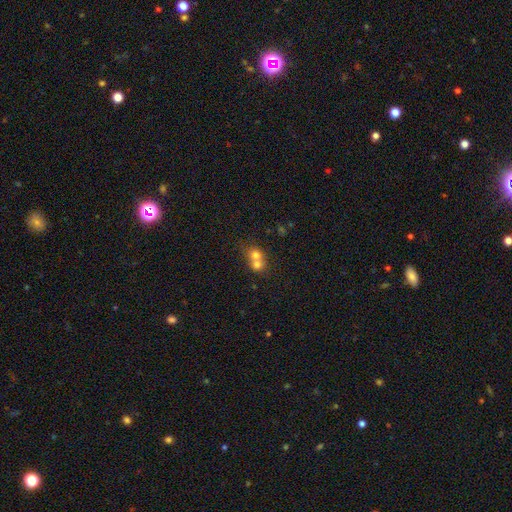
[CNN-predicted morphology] smooth_or_featured: smooth (p=0.70) [alt: featured or disk p=0.19]
how_rounded: round (p=0.76) [alt: in between p=0.23]
merging: merger (p=0.69) [alt: none p=0.24]